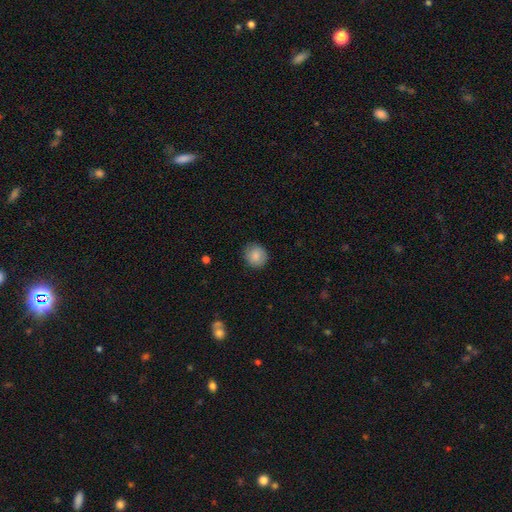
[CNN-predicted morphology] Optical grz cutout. It shows a smooth galaxy with no disk features (85%) that is round (82%). Merging: none (84%).